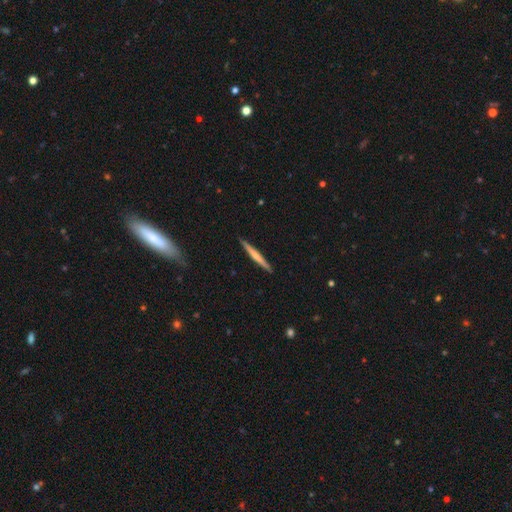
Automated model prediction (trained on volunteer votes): Smooth or featured? smooth (51%)
How rounded? cigar-shaped (96%)
Merging? none (91%)